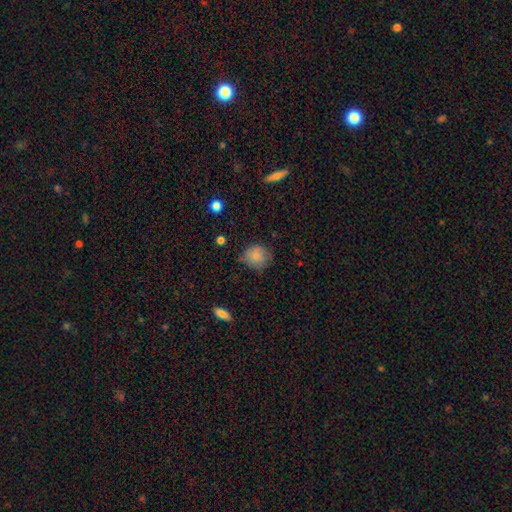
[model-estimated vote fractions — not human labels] This is clearly a smooth galaxy (83%). How rounded: clearly round (83%). Merging: likely none (69%).